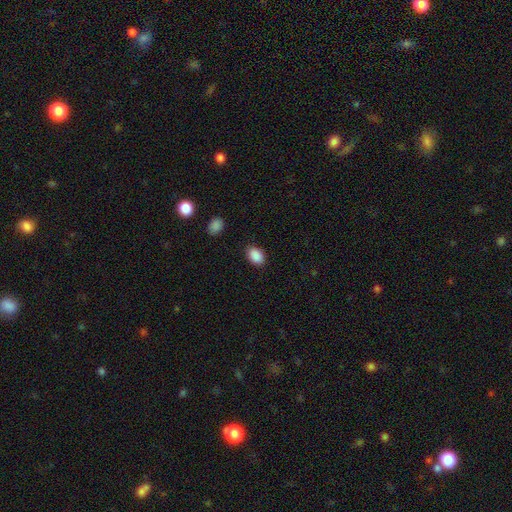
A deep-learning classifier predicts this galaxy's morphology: A smooth galaxy with no disk features (89%) that is in between round and cigar-shaped (81%).

Vote fractions:
- Smooth or featured? smooth: 89% / star or artifact: 8% / featured or disk: 3%
- How rounded? in between: 81% / round: 18% / cigar-shaped: 1%
- Merging? none: 86% / minor disturbance: 10% / major disturbance: 3% / merger: 1%